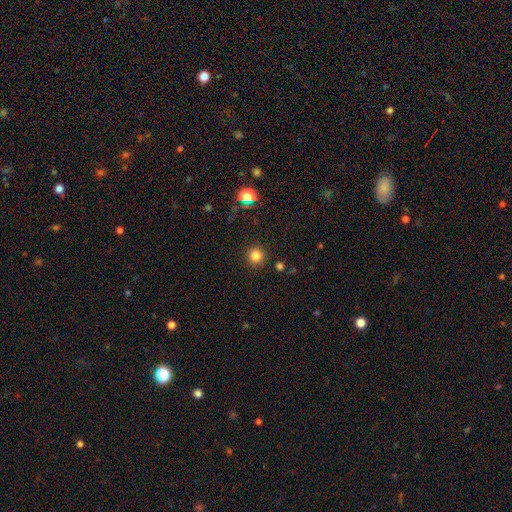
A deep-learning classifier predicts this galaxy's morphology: Smooth or featured? smooth (81%)
How rounded? round (94%)
Merging? none (90%)